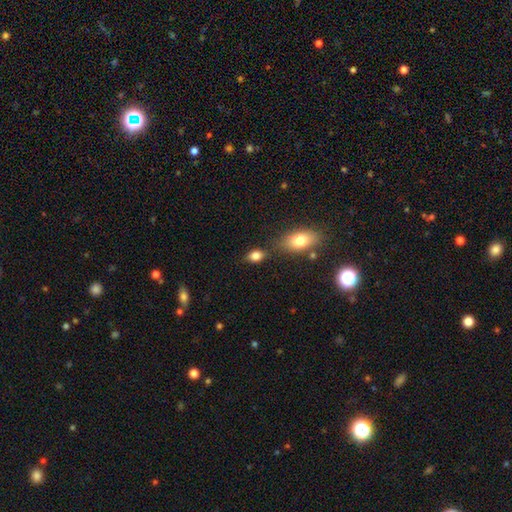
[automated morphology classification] The model was most divided on "merging": none: 67%, minor disturbance: 17%, merger: 11%, major disturbance: 5%. More confident: smooth or featured — smooth (83%); how rounded — in between (77%).